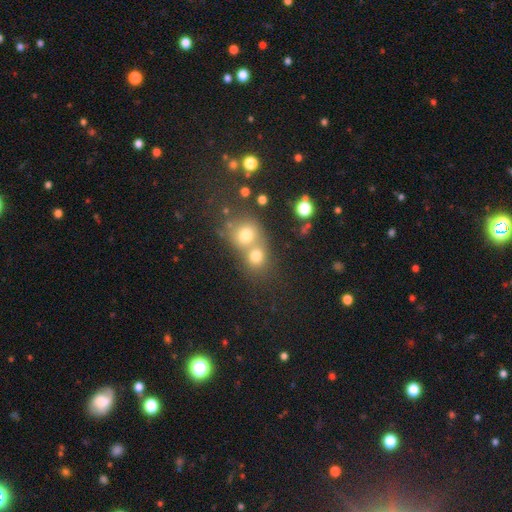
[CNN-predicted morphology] Smooth or featured? smooth (73%)
How rounded? round (75%)
Merging? merger (55%)